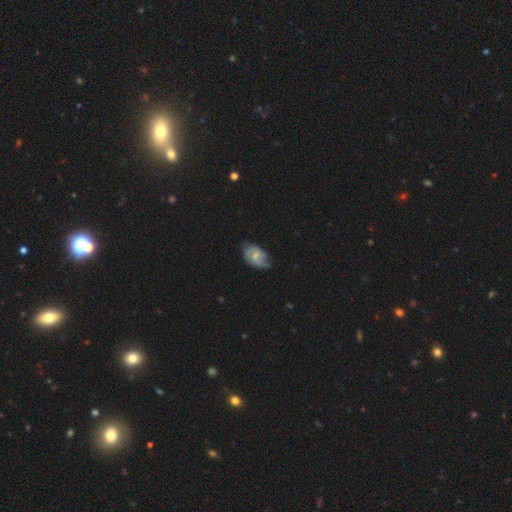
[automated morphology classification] Smooth or featured? Predicted: featured or disk (p=0.62). Edge-on disk? Predicted: no (p=0.97). Bar? Predicted: weak (p=0.47). Spiral arms? Predicted: yes (p=0.88). Spiral winding? Predicted: medium (p=0.45). Spiral arm count? Predicted: 2 (p=0.68). Bulge size? Predicted: small (p=0.46). Merging? Predicted: none (p=0.57).